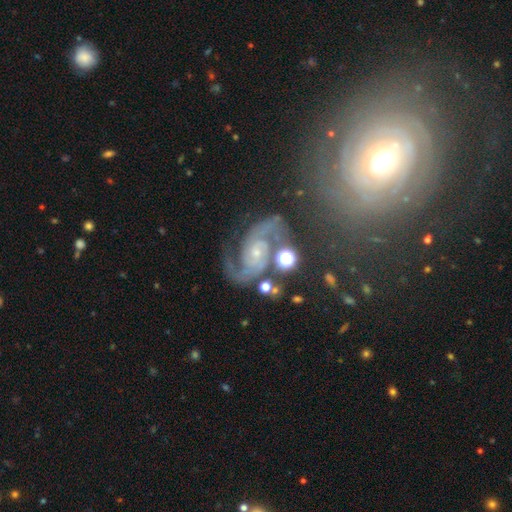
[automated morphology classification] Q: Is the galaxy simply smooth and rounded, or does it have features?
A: featured or disk — 85%.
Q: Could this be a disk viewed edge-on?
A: no — 98%.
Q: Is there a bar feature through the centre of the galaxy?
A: no — 58%.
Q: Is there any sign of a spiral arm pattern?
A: yes — 97%.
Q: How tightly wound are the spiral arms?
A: medium — 50%.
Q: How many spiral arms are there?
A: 2 — 80%.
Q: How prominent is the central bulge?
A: small — 65%.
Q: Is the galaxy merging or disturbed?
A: none — 59%.